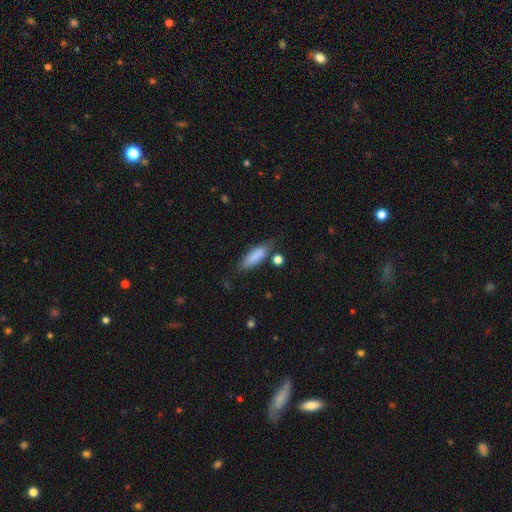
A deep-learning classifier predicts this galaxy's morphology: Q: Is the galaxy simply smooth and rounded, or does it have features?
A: smooth — 83%.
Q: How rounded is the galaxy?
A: in between — 54%.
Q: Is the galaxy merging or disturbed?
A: none — 65%.